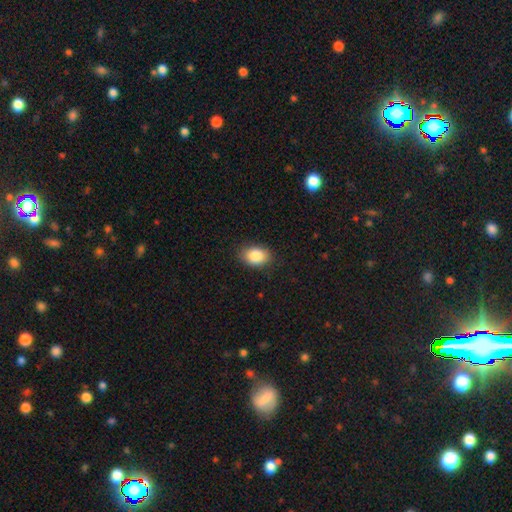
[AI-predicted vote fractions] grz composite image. It shows a smooth galaxy with no disk features (87%) that is in between round and cigar-shaped (78%). Merging: none (85%).